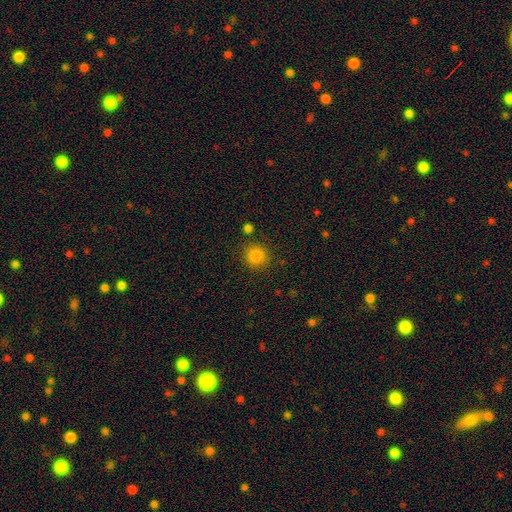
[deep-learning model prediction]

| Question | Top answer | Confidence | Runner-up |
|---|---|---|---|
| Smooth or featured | smooth | 85% | star or artifact (11%) |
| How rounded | round | 92% | in between (7%) |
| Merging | none | 87% | minor disturbance (7%) |